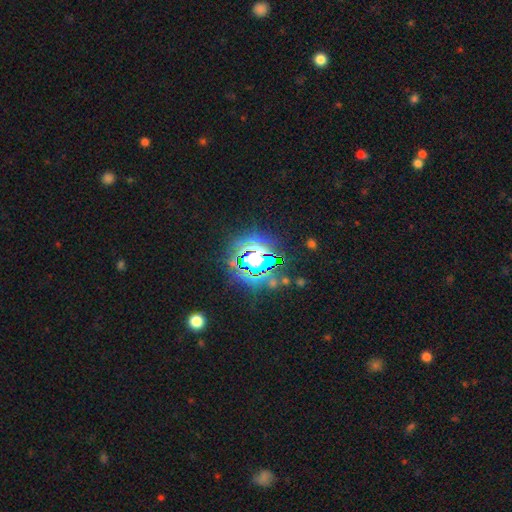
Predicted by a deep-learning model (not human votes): Smooth or featured: star or artifact — 80% (smooth — 11%)